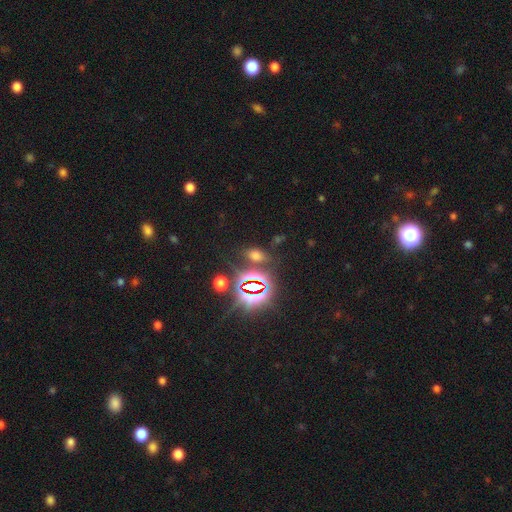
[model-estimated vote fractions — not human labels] Smooth or featured: smooth — 51% (star or artifact — 41%)
How rounded: in between — 78% (round — 18%)
Merging: none — 75% (minor disturbance — 12%)